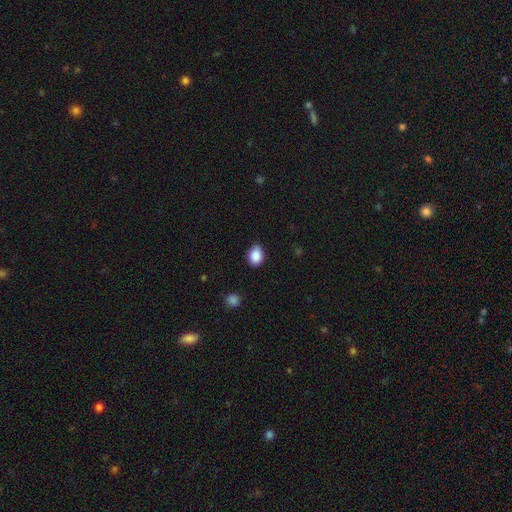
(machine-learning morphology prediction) Overall: smooth (88%). How rounded: in between (69%; round 30%). Merging: none (78%).